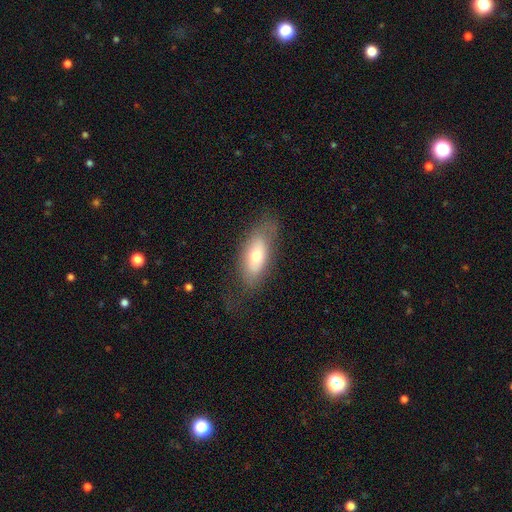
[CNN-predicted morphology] Smooth or featured? Predicted: smooth (p=0.63). How rounded? Predicted: in between (p=0.81). Merging? Predicted: none (p=0.66).